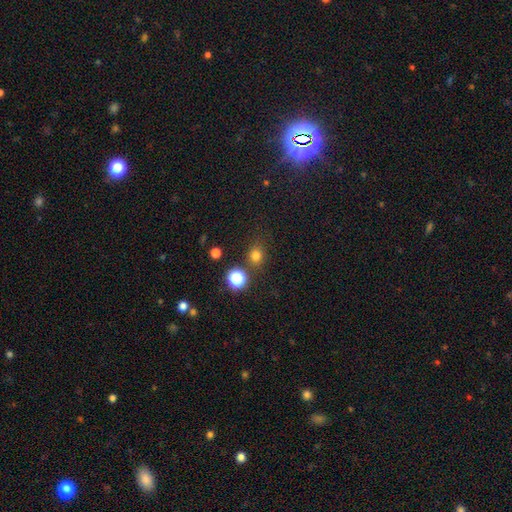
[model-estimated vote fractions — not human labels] smooth-or-featured: smooth: 75% | star or artifact: 19% | featured or disk: 6%
  how-rounded: round: 77% | in between: 22% | cigar-shaped: 1%
  merging: none: 78% | minor disturbance: 12% | merger: 6% | major disturbance: 4%